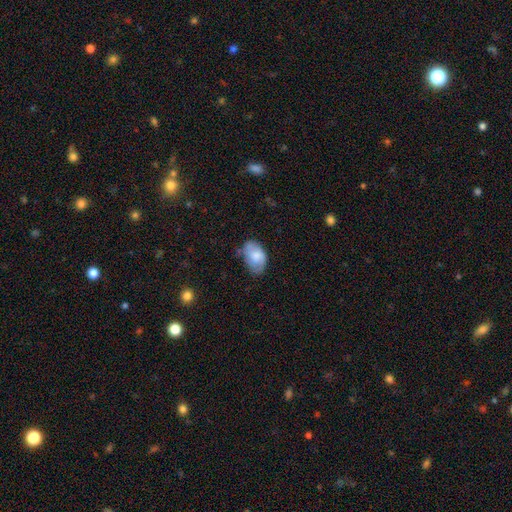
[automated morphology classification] Smooth or featured? smooth (73%)
How rounded? in between (91%)
Merging? none (58%)